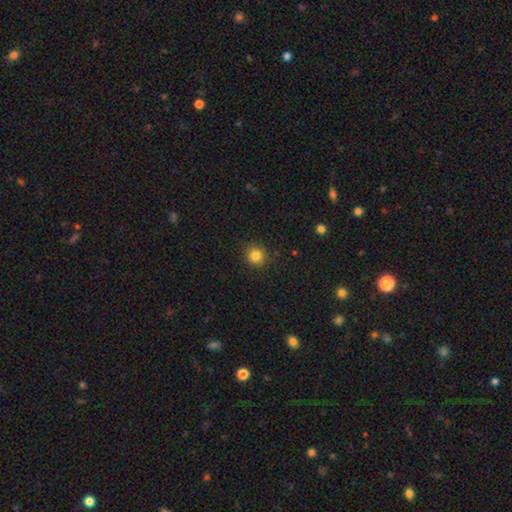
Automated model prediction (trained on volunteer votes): Smooth or featured?
  - smooth: 84% *
  - star or artifact: 11%
  - featured or disk: 4%
How rounded?
  - round: 91% *
  - in between: 8%
  - cigar-shaped: 1%
Merging?
  - none: 89% *
  - minor disturbance: 8%
  - major disturbance: 2%
  - merger: 1%